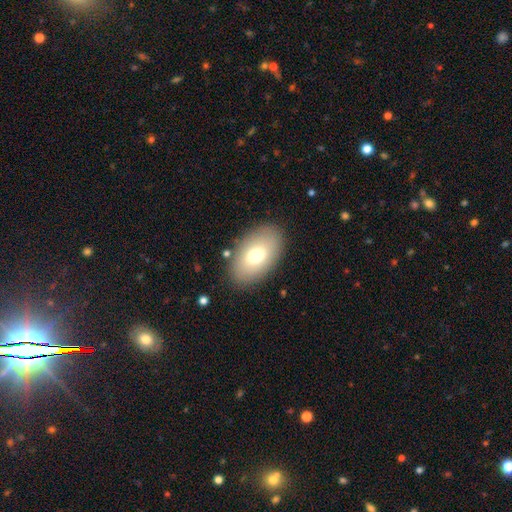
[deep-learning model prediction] Smooth or featured? Predicted: smooth (p=0.73). How rounded? Predicted: in between (p=0.91). Merging? Predicted: none (p=0.85).